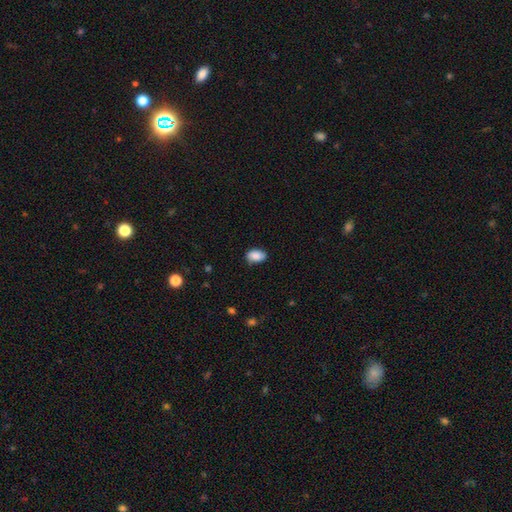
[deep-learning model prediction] Overall: smooth (88%). How rounded: in between (90%). Merging: none (80%).